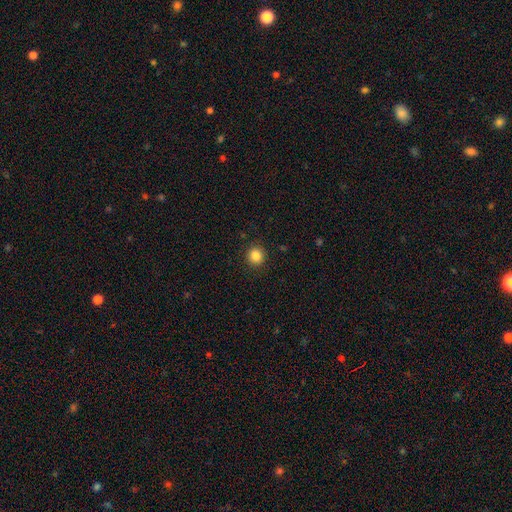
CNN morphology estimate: A smooth galaxy with no disk features (85%) that is round (91%).

Vote fractions:
- Smooth or featured? smooth: 85% / star or artifact: 10% / featured or disk: 4%
- How rounded? round: 91% / in between: 8% / cigar-shaped: 1%
- Merging? none: 91% / minor disturbance: 6% / major disturbance: 2% / merger: 1%